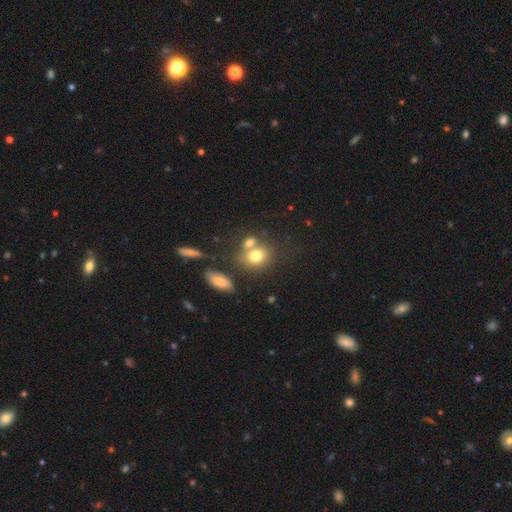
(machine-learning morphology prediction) This appears to be a smooth galaxy with no disk features (74%) that is round (52%). Merging: none (45%).